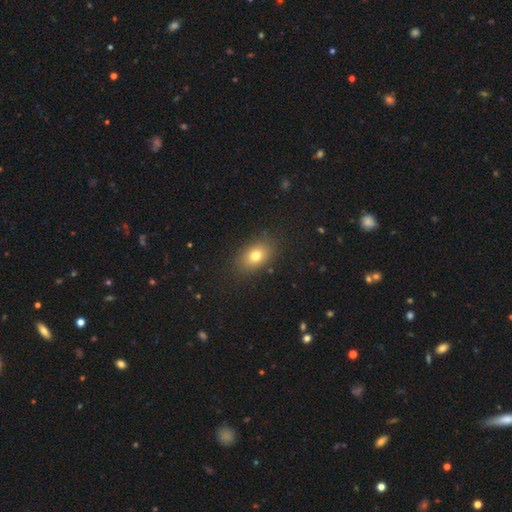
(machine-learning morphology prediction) Overall: smooth (78%). How rounded: in between (79%). Merging: none (86%).